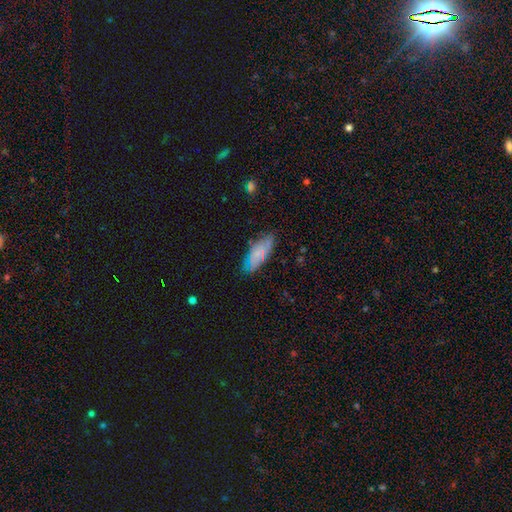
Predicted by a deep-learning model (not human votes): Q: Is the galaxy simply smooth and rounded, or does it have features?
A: smooth — 55%.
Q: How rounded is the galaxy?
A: in between — 75%.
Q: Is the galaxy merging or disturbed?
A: none — 73%.